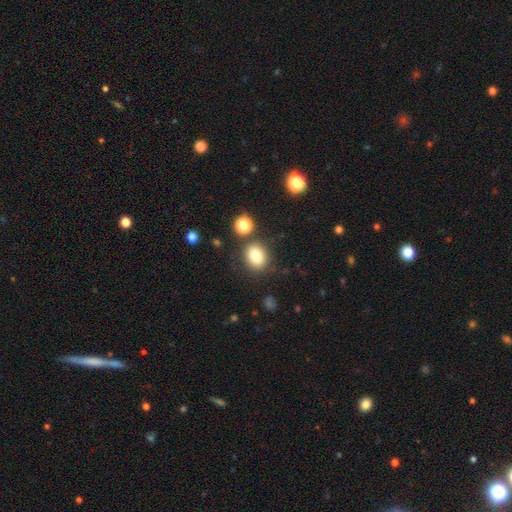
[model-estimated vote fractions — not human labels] Morphology: type=smooth (81%); roundness=round (59%); merging=none (78%).